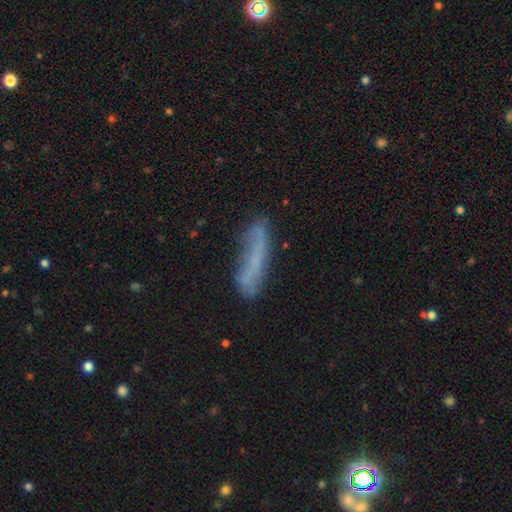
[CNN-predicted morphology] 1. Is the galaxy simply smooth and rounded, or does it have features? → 52% smooth, 38% featured or disk, 10% star or artifact.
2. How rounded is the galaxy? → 79% cigar-shaped, 19% in between, 2% round.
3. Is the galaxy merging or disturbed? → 65% none, 23% minor disturbance, 8% major disturbance, 4% merger.